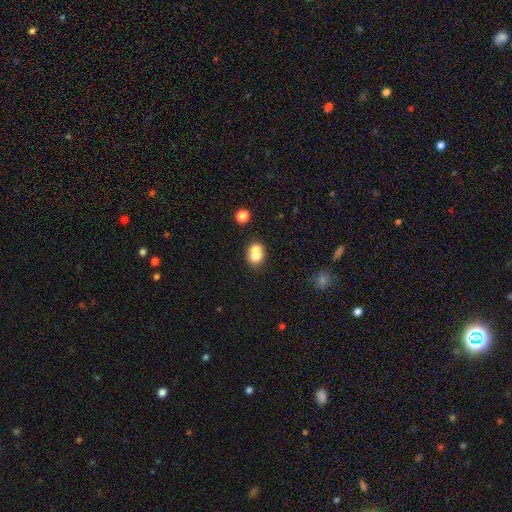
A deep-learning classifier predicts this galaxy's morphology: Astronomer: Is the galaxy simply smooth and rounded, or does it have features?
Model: smooth — 73%.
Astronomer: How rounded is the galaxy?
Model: round — 59% (runner-up: in between, 40%).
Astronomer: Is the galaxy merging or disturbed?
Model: merger — 55% (runner-up: none, 33%).